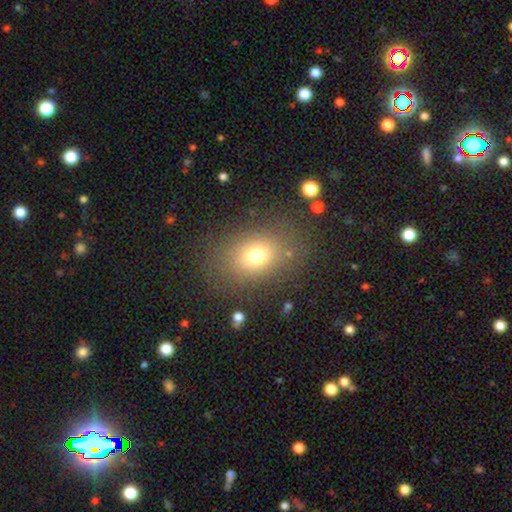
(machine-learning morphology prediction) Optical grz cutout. It shows a smooth galaxy with no disk features (72%) that is in between round and cigar-shaped (62%). Merging: none (79%).